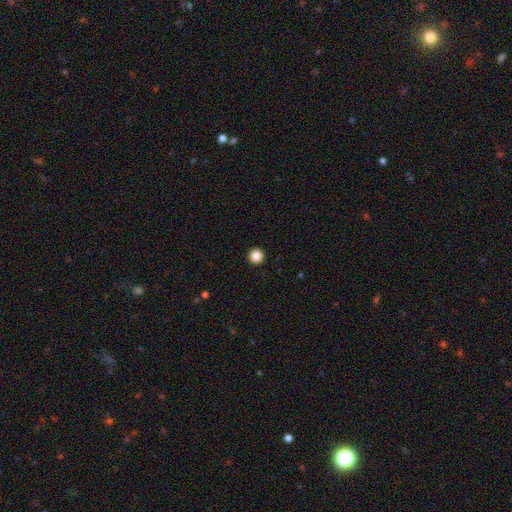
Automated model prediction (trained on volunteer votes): Smooth or featured?
  - smooth: 87% *
  - star or artifact: 10%
  - featured or disk: 3%
How rounded?
  - round: 96% *
  - in between: 3%
  - cigar-shaped: 1%
Merging?
  - none: 94% *
  - minor disturbance: 4%
  - major disturbance: 1%
  - merger: 1%